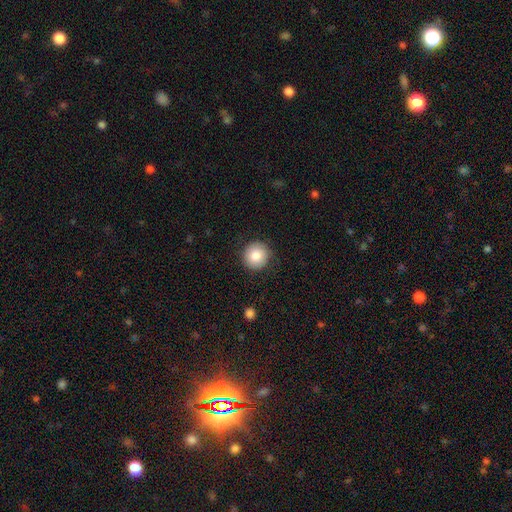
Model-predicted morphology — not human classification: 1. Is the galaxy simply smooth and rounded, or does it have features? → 84% smooth, 8% star or artifact, 7% featured or disk.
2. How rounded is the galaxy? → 93% round, 6% in between, 1% cigar-shaped.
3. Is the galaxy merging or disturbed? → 87% none, 9% minor disturbance, 3% major disturbance, 1% merger.